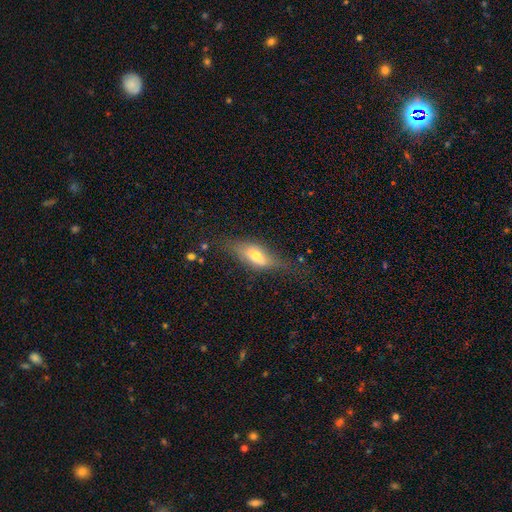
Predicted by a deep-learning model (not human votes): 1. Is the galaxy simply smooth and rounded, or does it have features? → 53% smooth, 39% featured or disk, 8% star or artifact.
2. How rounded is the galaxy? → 68% in between, 27% cigar-shaped, 4% round.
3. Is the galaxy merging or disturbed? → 59% none, 26% minor disturbance, 13% major disturbance, 2% merger.